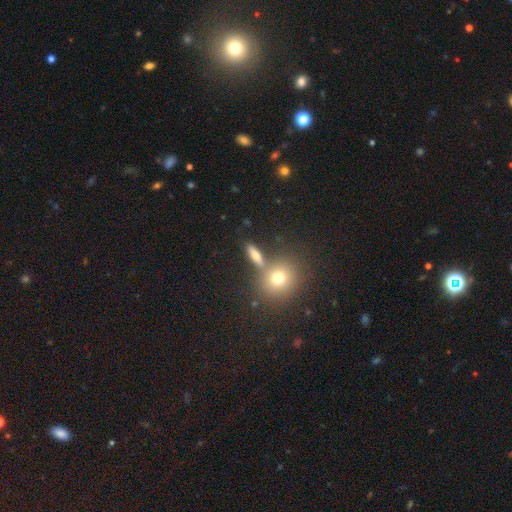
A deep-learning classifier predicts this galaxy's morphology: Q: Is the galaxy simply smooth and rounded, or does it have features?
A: smooth — 62%.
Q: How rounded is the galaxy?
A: in between — 38%.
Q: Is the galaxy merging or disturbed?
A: none — 72%.